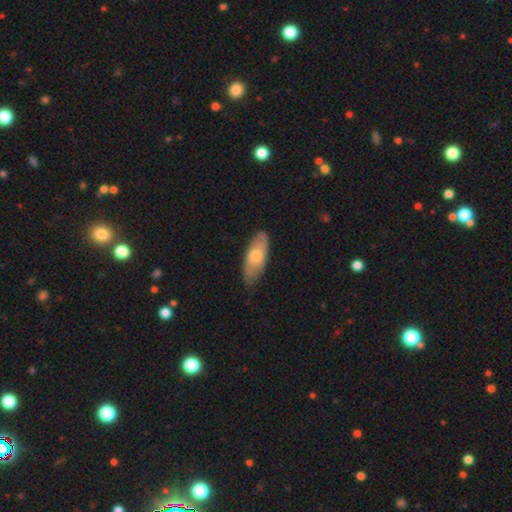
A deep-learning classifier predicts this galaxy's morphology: A smooth galaxy with no disk features (61%) that is in between round and cigar-shaped (81%).

Vote fractions:
- Smooth or featured? smooth: 61% / featured or disk: 33% / star or artifact: 5%
- How rounded? in between: 81% / cigar-shaped: 17% / round: 2%
- Merging? none: 74% / minor disturbance: 22% / major disturbance: 3% / merger: 1%